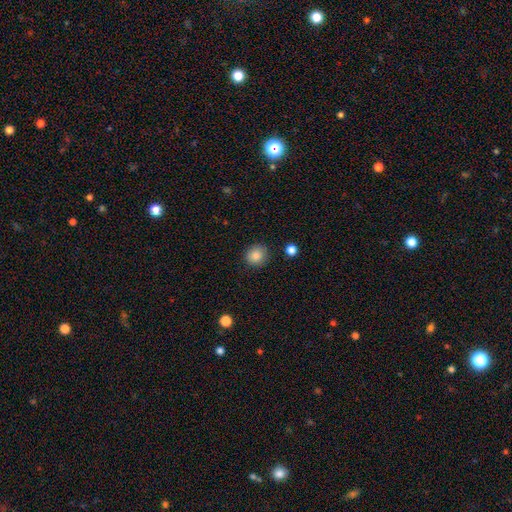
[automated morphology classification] Smooth or featured? smooth (86%)
How rounded? round (85%)
Merging? none (87%)